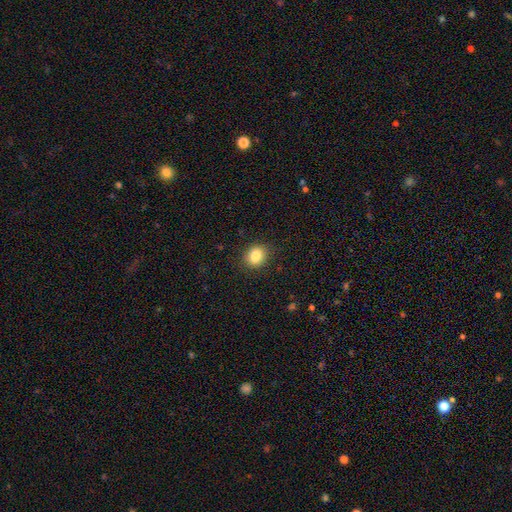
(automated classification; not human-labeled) Overall: smooth (84%). How rounded: round (64%; in between 35%). Merging: none (88%).